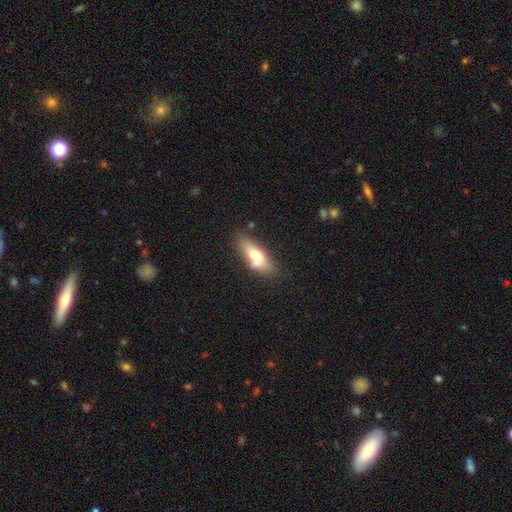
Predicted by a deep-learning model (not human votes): Overall: smooth (66%; featured or disk 27%). How rounded: in between (68%; cigar-shaped 28%). Merging: none (60%; minor disturbance 22%).